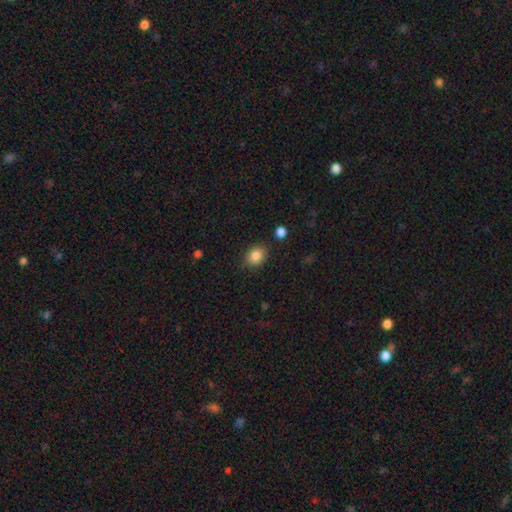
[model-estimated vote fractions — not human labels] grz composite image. It shows a smooth galaxy with no disk features (85%) that is round (51%). Merging: none (84%).